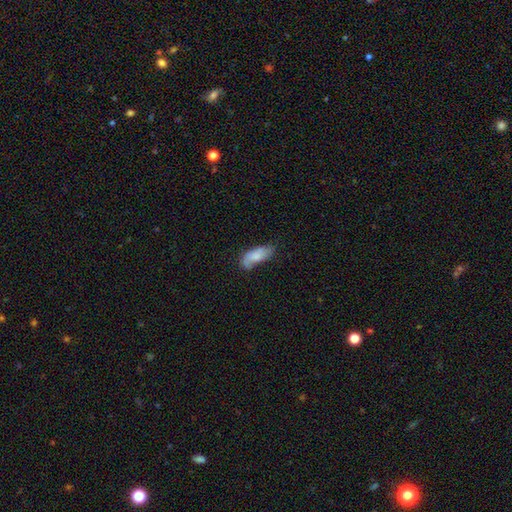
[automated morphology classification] Smooth or featured? smooth (71%)
How rounded? in between (80%)
Merging? none (50%)